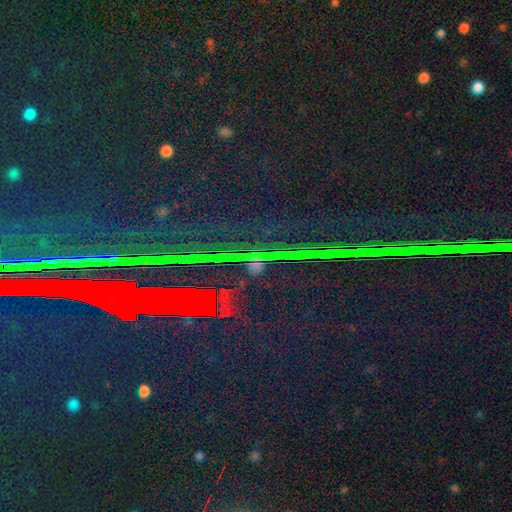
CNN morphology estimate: Overall: star or artifact (87%).